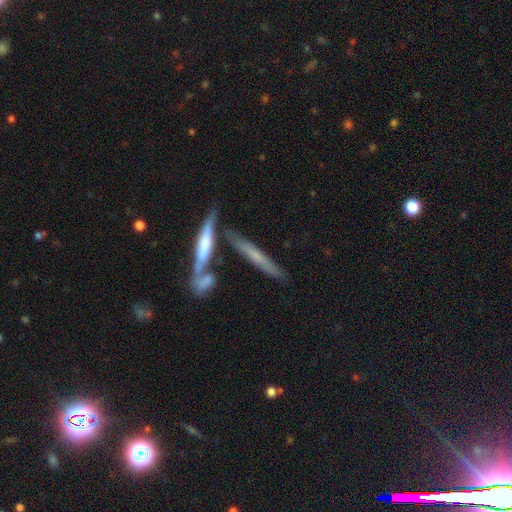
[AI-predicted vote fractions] A featured or disk galaxy (52%) viewed edge-on (88%). Merging: none (61%).